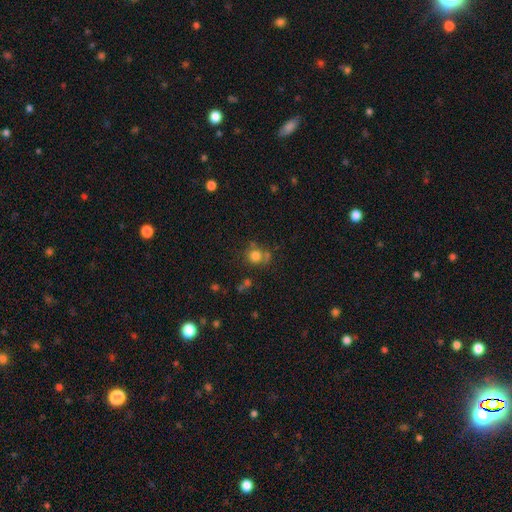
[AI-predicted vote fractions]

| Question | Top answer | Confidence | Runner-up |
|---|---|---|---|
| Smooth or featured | smooth | 76% | star or artifact (14%) |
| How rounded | round | 84% | in between (15%) |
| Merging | none | 57% | merger (19%) |